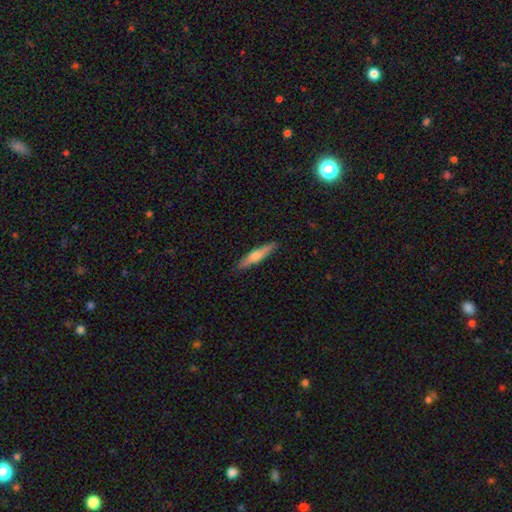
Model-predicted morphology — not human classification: Smooth or featured: smooth — 50% (featured or disk — 44%)
How rounded: cigar-shaped — 87% (in between — 11%)
Merging: none — 89% (minor disturbance — 8%)